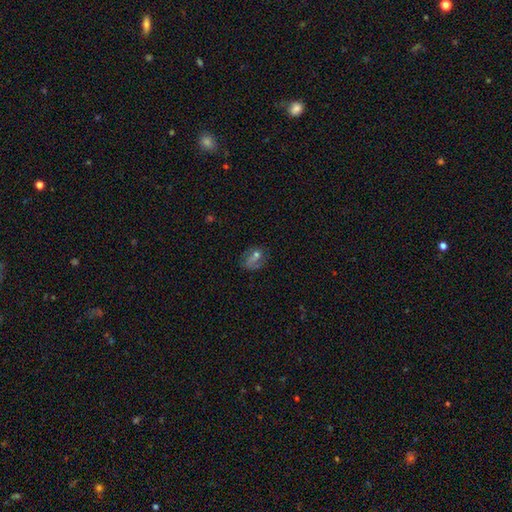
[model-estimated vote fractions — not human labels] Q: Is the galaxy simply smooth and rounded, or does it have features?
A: featured or disk — 47%.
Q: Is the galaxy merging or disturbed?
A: none — 65%.